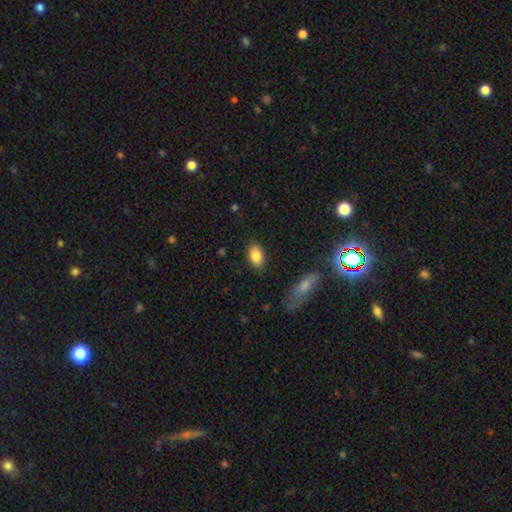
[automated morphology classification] Overall: smooth (86%). How rounded: in between (90%). Merging: none (87%).